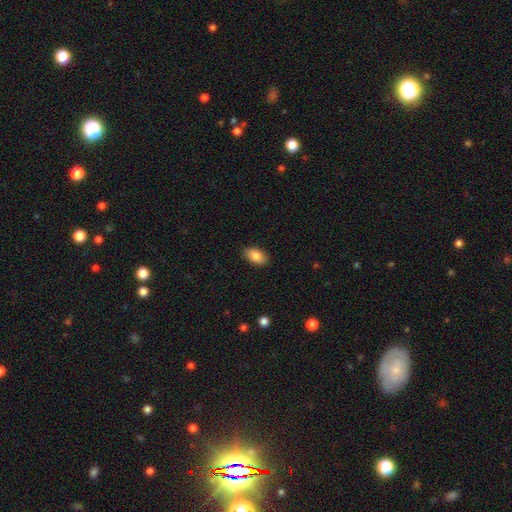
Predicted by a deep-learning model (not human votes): smooth-or-featured: smooth: 87% | star or artifact: 7% | featured or disk: 6%
  how-rounded: in between: 92% | round: 6% | cigar-shaped: 2%
  merging: none: 87% | minor disturbance: 10% | major disturbance: 2% | merger: 1%